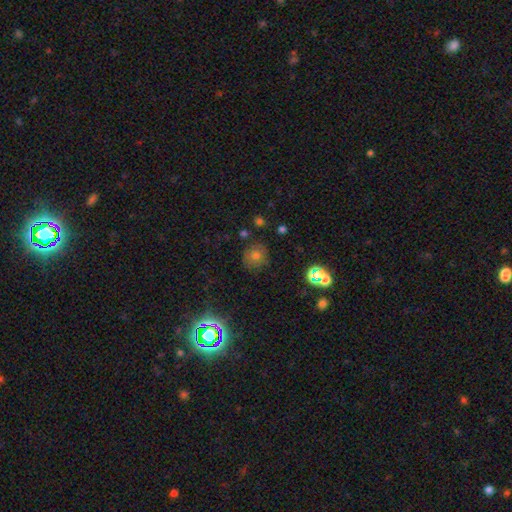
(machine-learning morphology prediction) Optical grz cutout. It shows a smooth galaxy with no disk features (64%) that is round (90%). Merging: none (82%).